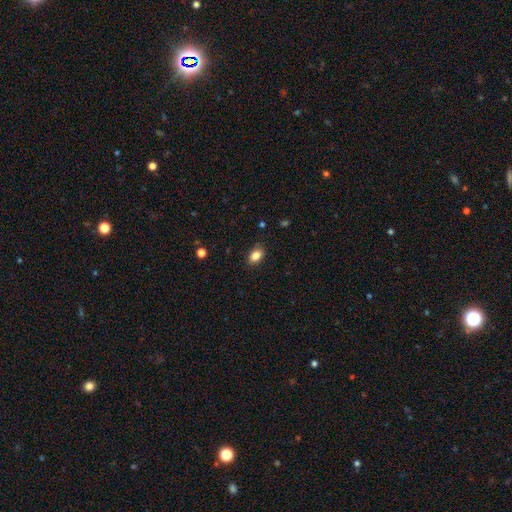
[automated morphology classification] A smooth galaxy with no disk features (85%) that is in between round and cigar-shaped (81%). Merging: none (86%).